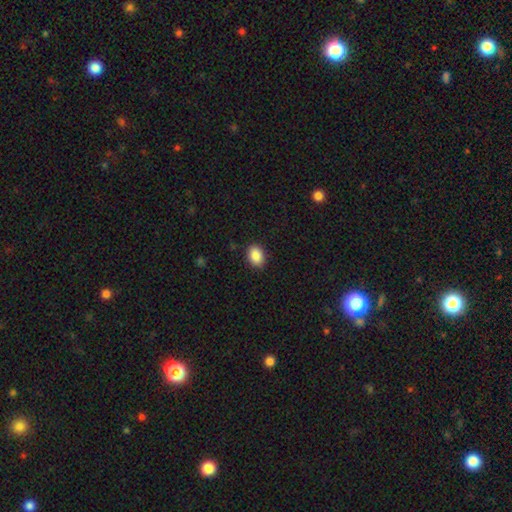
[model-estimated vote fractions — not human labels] A smooth galaxy with no disk features (88%) that is in between round and cigar-shaped (77%).

Vote fractions:
- Smooth or featured? smooth: 88% / star or artifact: 8% / featured or disk: 4%
- How rounded? in between: 77% / round: 22% / cigar-shaped: 1%
- Merging? none: 88% / minor disturbance: 9% / major disturbance: 2% / merger: 1%